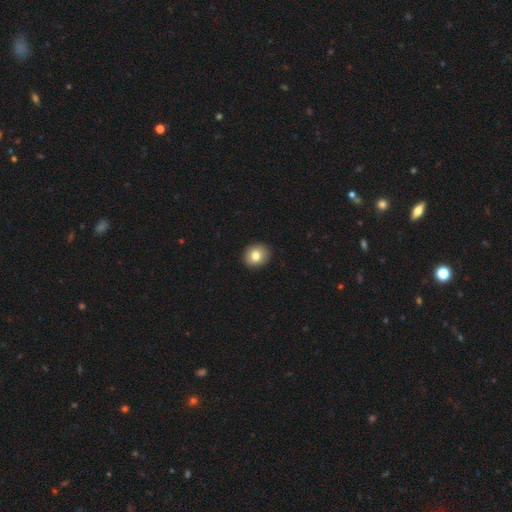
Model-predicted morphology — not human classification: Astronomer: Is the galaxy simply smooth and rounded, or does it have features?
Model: smooth — 81%.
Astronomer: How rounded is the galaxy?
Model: round — 77%.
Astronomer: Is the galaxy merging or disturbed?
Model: none — 92%.